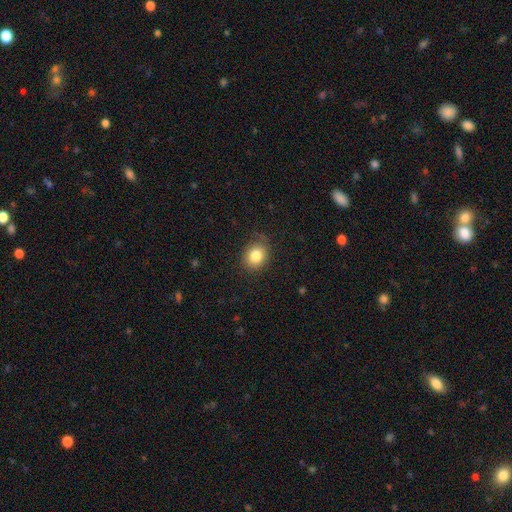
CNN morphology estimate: This appears to be a smooth galaxy with no disk features (83%) that is round (62%). Merging: none (80%).